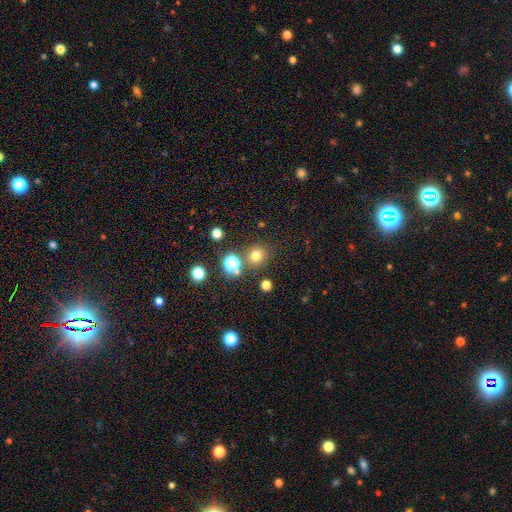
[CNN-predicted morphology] A smooth galaxy with no disk features (71%) that is round (89%). Merging: none (80%).